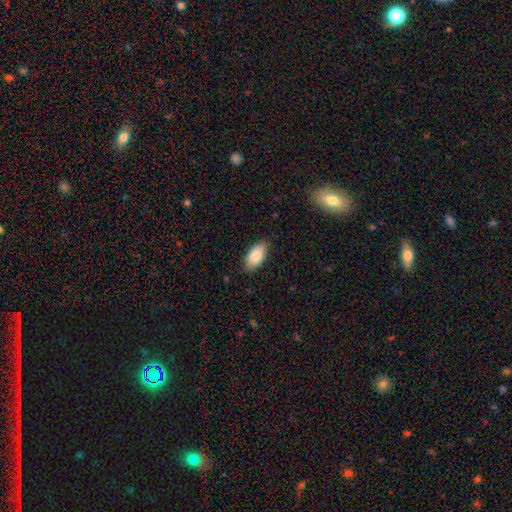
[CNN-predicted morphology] A smooth galaxy with no disk features (86%) that is in between round and cigar-shaped (93%). Merging: none (83%).